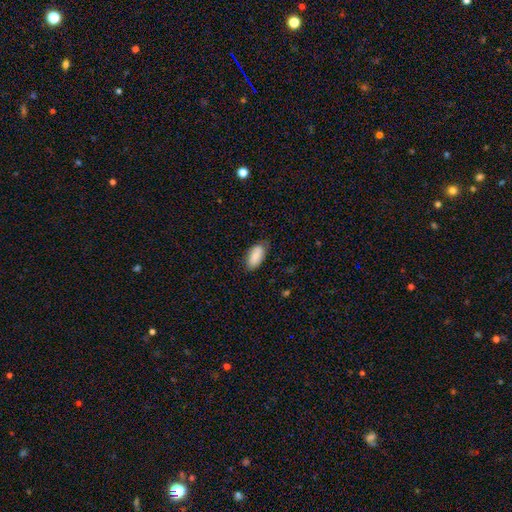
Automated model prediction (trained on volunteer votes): This is clearly a smooth galaxy (83%). How rounded: clearly in between (91%). Merging: likely none (75%).